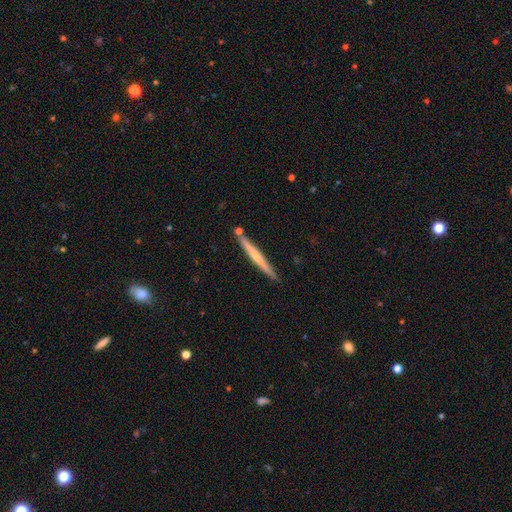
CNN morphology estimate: type=smooth (48%); merging=none (86%).